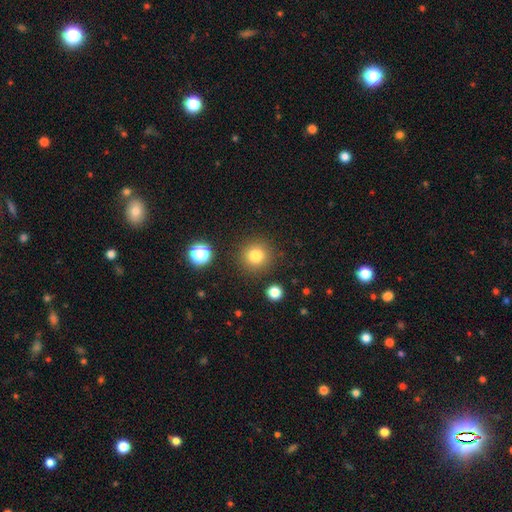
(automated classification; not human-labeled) Overall: smooth (80%). How rounded: round (95%). Merging: none (88%).